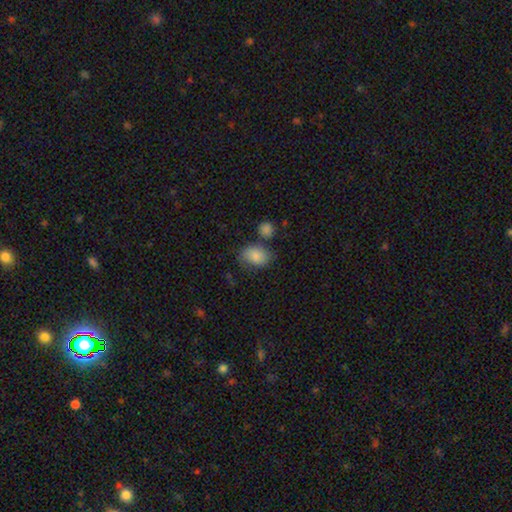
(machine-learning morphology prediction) A smooth galaxy with no disk features (84%) that is in between round and cigar-shaped (76%).

Vote fractions:
- Smooth or featured? smooth: 84% / featured or disk: 8% / star or artifact: 8%
- How rounded? in between: 76% / round: 23% / cigar-shaped: 1%
- Merging? none: 60% / minor disturbance: 22% / merger: 11% / major disturbance: 7%